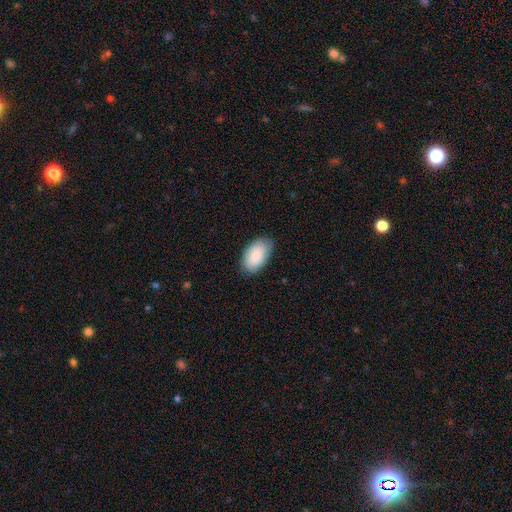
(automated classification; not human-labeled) A smooth galaxy with no disk features (85%) that is in between round and cigar-shaped (94%).

Vote fractions:
- Smooth or featured? smooth: 85% / featured or disk: 9% / star or artifact: 6%
- How rounded? in between: 94% / round: 4% / cigar-shaped: 1%
- Merging? none: 81% / minor disturbance: 15% / major disturbance: 3% / merger: 1%